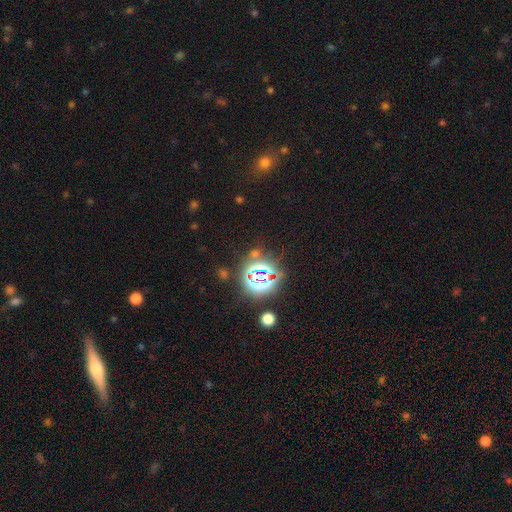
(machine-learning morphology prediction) smooth-or-featured: star or artifact: 76% | smooth: 16% | featured or disk: 8%